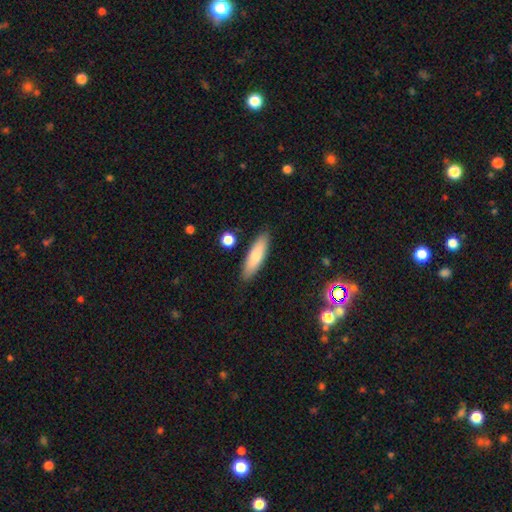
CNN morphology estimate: smooth_or_featured: smooth (p=0.76) [alt: featured or disk p=0.17]
how_rounded: cigar-shaped (p=0.63) [alt: in between p=0.35]
merging: none (p=0.87) [alt: minor disturbance p=0.09]